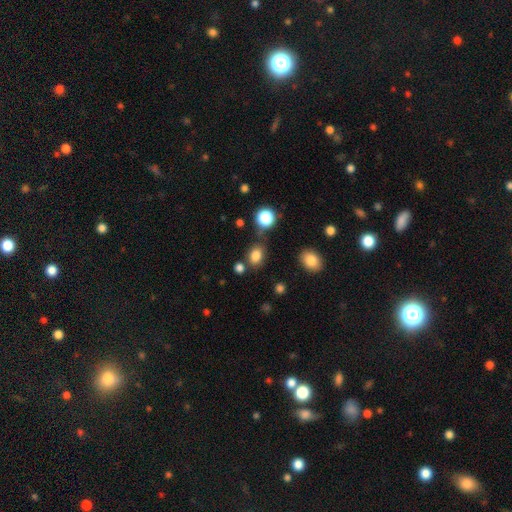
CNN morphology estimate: Smooth or featured?
  - smooth: 82% *
  - star or artifact: 13%
  - featured or disk: 5%
How rounded?
  - in between: 61% *
  - round: 38%
  - cigar-shaped: 1%
Merging?
  - none: 72% *
  - minor disturbance: 15%
  - merger: 8%
  - major disturbance: 5%